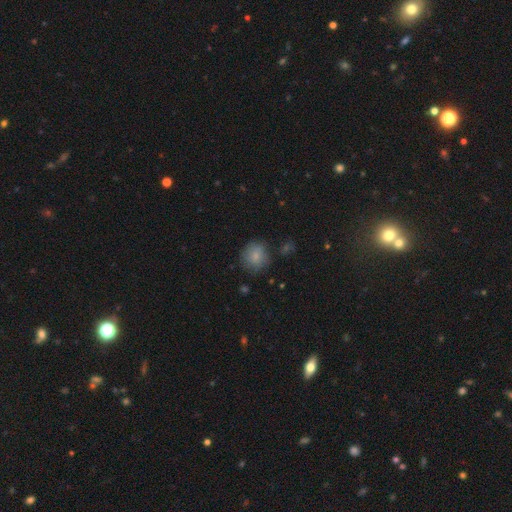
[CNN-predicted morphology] Smooth or featured? smooth (81%)
How rounded? round (84%)
Merging? none (73%)